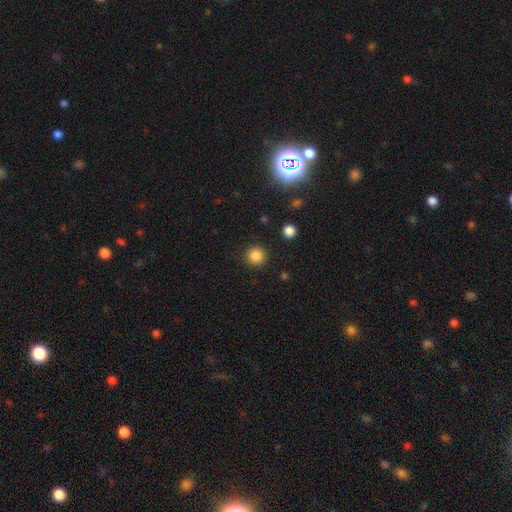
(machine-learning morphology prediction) This appears to be a smooth galaxy with no disk features (85%) that is round (94%). Merging: none (91%).